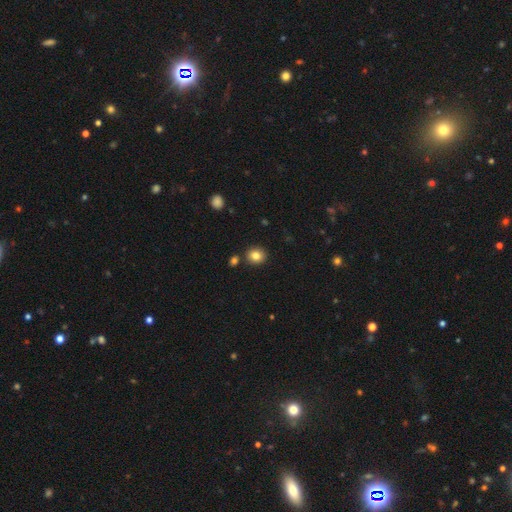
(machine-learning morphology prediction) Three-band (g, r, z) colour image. It shows a smooth galaxy with no disk features (83%) that is round (79%). Merging: none (86%).